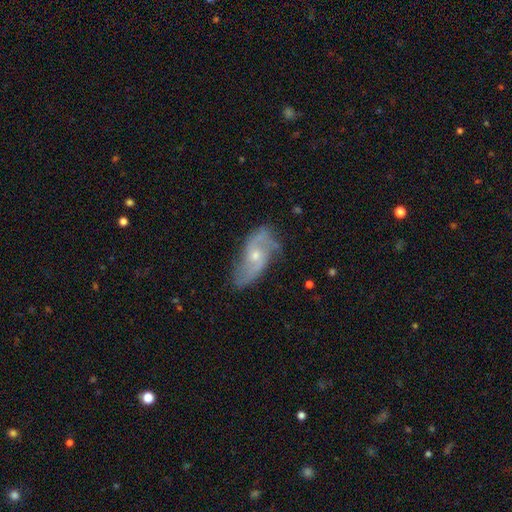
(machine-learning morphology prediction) Smooth or featured?
  - featured or disk: 81% *
  - smooth: 13%
  - star or artifact: 7%
Edge-on disk?
  - no: 94% *
  - yes: 6%
Bar?
  - no: 65% *
  - weak: 29%
  - strong: 5%
Spiral arms?
  - yes: 93% *
  - no: 7%
Spiral winding?
  - medium: 42% *
  - loose: 41%
  - tight: 17%
Spiral arm count?
  - 2: 76% *
  - can't tell: 11%
  - 3: 7%
  - 1: 3%
  - 4: 2%
  - more than 4: 2%
Bulge size?
  - small: 54% *
  - moderate: 42%
  - none: 2%
  - large: 1%
  - dominant: 1%
Merging?
  - none: 67% *
  - minor disturbance: 22%
  - major disturbance: 9%
  - merger: 2%